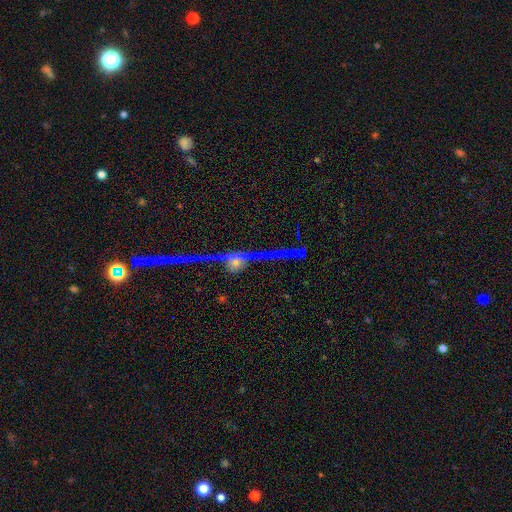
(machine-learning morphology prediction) smooth-or-featured: featured or disk: 56% | star or artifact: 35% | smooth: 9%
  disk-edge-on: yes: 85% | no: 15%
  merging: none: 75% | minor disturbance: 10% | merger: 8% | major disturbance: 7%